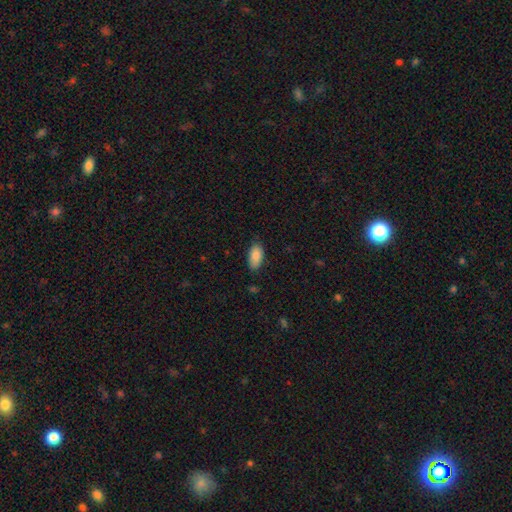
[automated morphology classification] This appears to be a smooth galaxy with no disk features (87%) that is in between round and cigar-shaped (93%). Merging: none (80%).